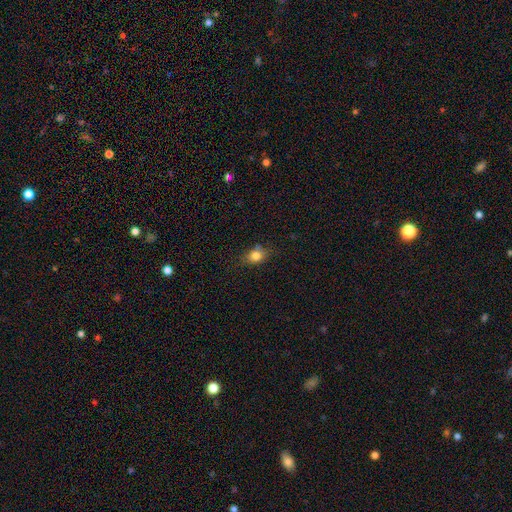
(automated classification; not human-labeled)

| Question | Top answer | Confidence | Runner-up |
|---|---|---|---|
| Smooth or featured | smooth | 80% | star or artifact (11%) |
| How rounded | in between | 57% | round (40%) |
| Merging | none | 68% | minor disturbance (23%) |